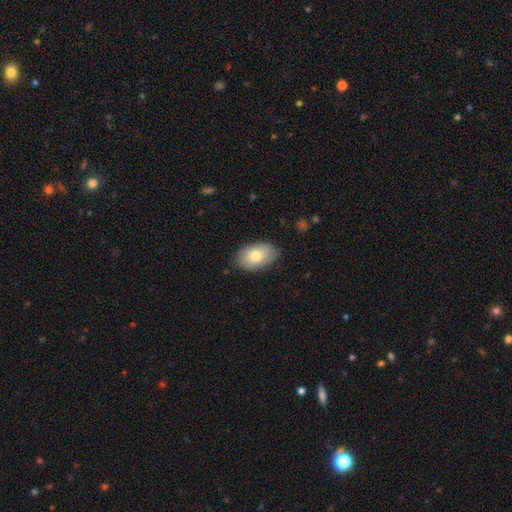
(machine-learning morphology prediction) The model was most divided on "smooth or featured": smooth: 77%, featured or disk: 16%, star or artifact: 7%. More confident: how rounded — in between (91%); merging — none (82%).